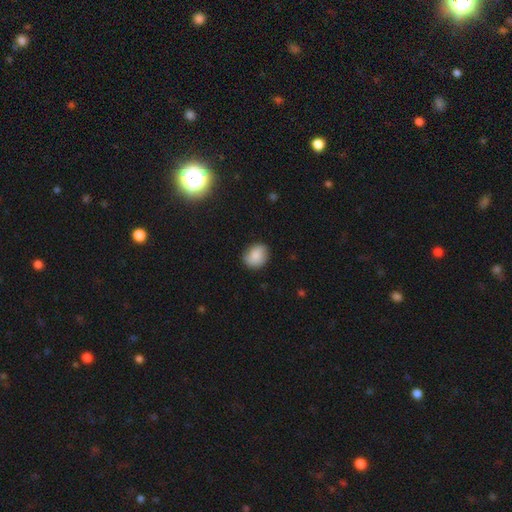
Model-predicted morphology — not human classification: This appears to be a smooth galaxy with no disk features (82%) that is round (62%). Merging: none (78%).